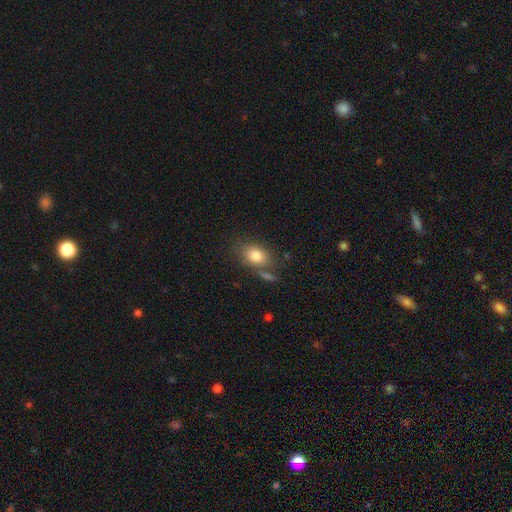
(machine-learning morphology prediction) The model was most divided on "merging": none: 65%, minor disturbance: 16%, merger: 13%, major disturbance: 6%. More confident: smooth or featured — smooth (81%); how rounded — in between (75%).